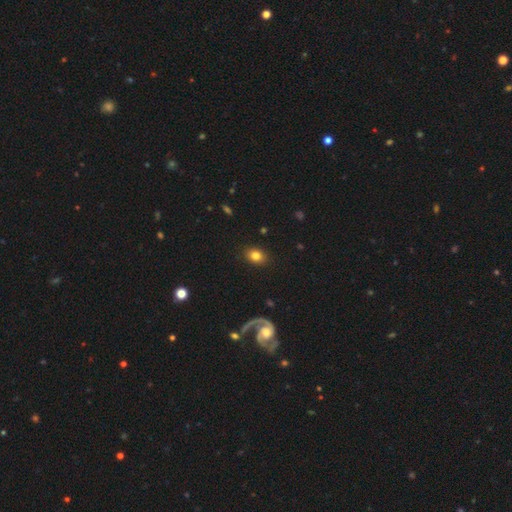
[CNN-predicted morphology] smooth-or-featured: smooth: 80% | featured or disk: 11% | star or artifact: 9%
  how-rounded: in between: 61% | round: 38% | cigar-shaped: 1%
  merging: none: 89% | minor disturbance: 7% | major disturbance: 3% | merger: 1%